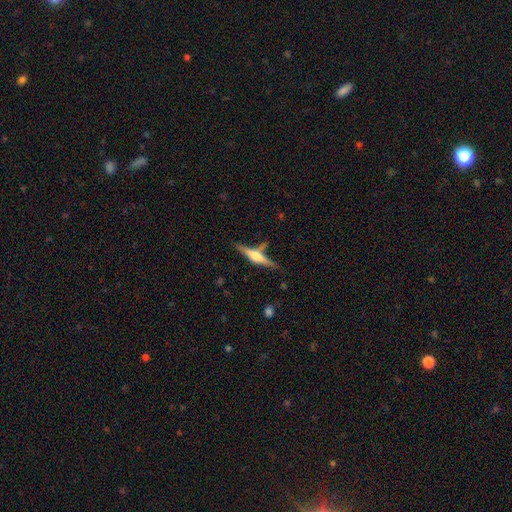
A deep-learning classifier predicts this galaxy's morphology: Smooth or featured? featured or disk (71%)
Edge-on disk? yes (97%)
Edge-on bulge? rounded (85%)
Merging? none (77%)